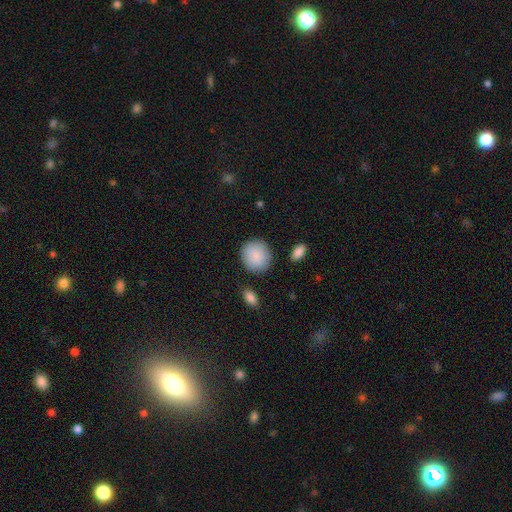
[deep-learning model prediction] The model was most divided on "how rounded": round: 85%, in between: 14%, cigar-shaped: 1%. More confident: smooth or featured — smooth (88%); merging — none (84%).